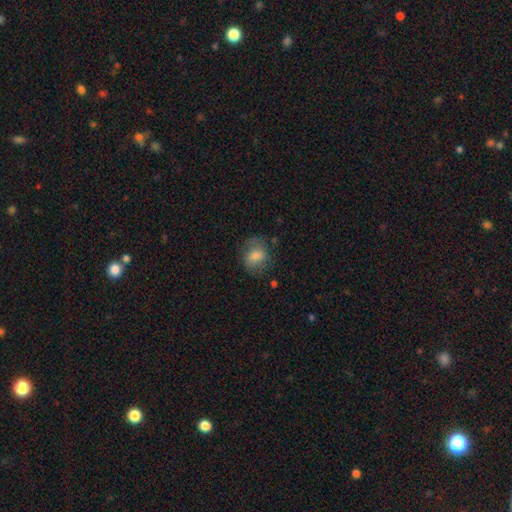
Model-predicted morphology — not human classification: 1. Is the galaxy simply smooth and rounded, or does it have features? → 69% smooth, 23% featured or disk, 8% star or artifact.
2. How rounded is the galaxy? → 52% round, 47% in between, 1% cigar-shaped.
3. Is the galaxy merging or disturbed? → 67% none, 21% minor disturbance, 10% major disturbance, 2% merger.